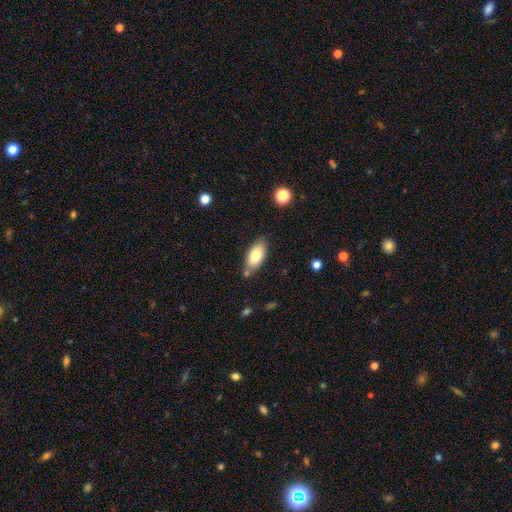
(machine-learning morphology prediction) A smooth galaxy with no disk features (78%) that is in between round and cigar-shaped (90%).

Vote fractions:
- Smooth or featured? smooth: 78% / featured or disk: 15% / star or artifact: 7%
- How rounded? in between: 90% / cigar-shaped: 7% / round: 3%
- Merging? none: 74% / minor disturbance: 15% / merger: 7% / major disturbance: 3%